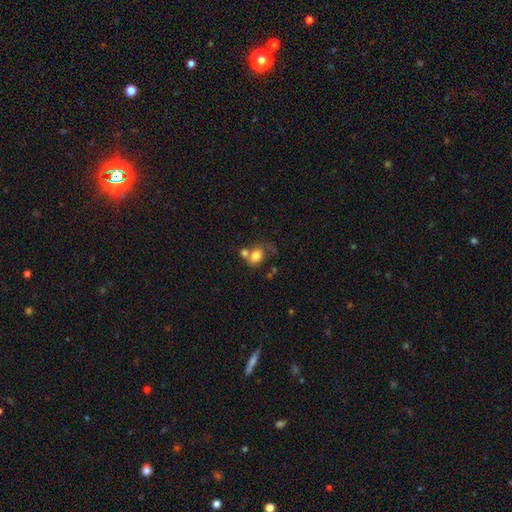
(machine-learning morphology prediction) smooth_or_featured: smooth (p=0.73) [alt: featured or disk p=0.18]
how_rounded: in between (p=0.51) [alt: round p=0.48]
merging: merger (p=0.43) [alt: none p=0.30]